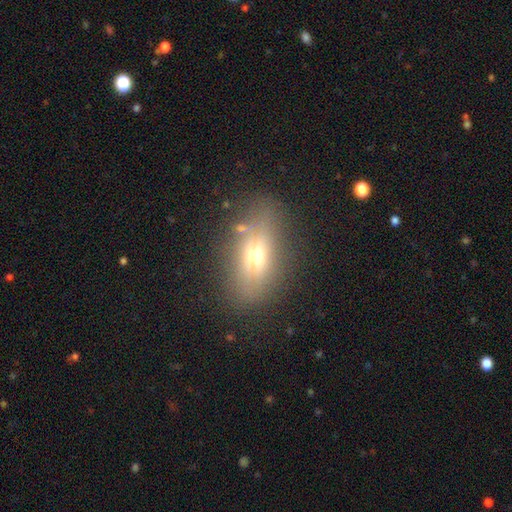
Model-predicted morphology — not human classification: type=featured or disk (47%); merging=none (72%).